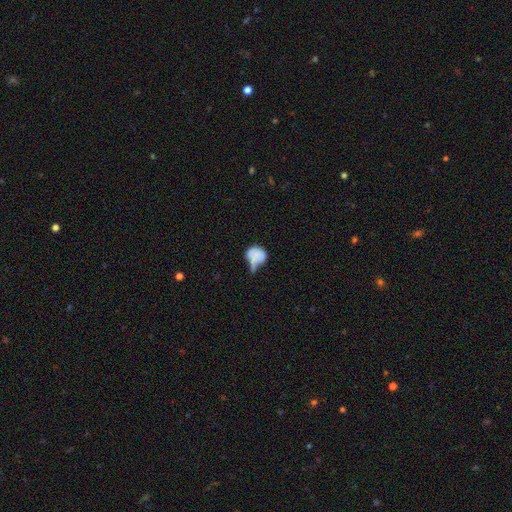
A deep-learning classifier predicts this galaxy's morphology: smooth_or_featured: smooth (p=0.70) [alt: featured or disk p=0.21]
how_rounded: round (p=0.51) [alt: in between p=0.47]
merging: major disturbance (p=0.31) [alt: minor disturbance p=0.28]